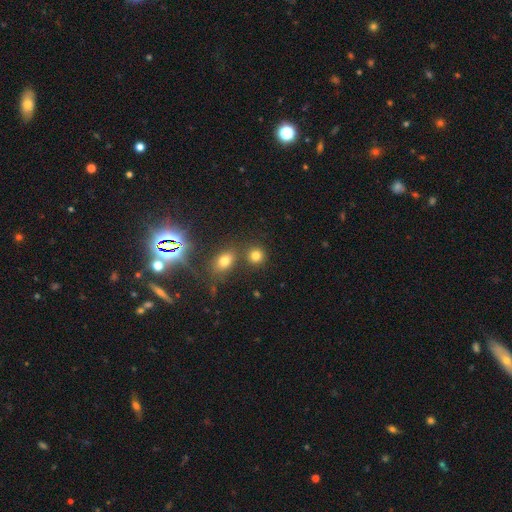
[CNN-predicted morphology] Smooth or featured?
  - smooth: 77% *
  - star or artifact: 16%
  - featured or disk: 7%
How rounded?
  - round: 84% *
  - in between: 14%
  - cigar-shaped: 1%
Merging?
  - none: 72% *
  - merger: 17%
  - minor disturbance: 8%
  - major disturbance: 3%